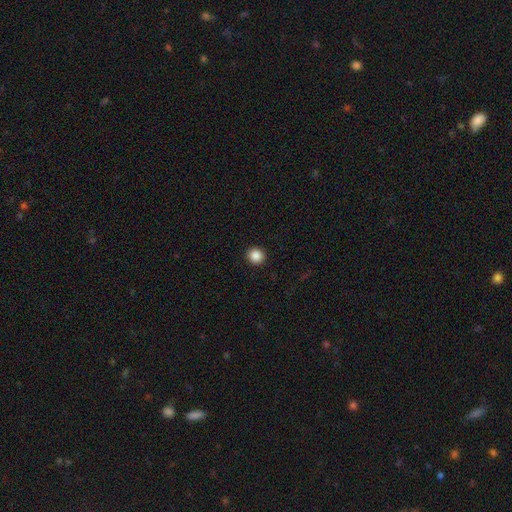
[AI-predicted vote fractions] Overall: smooth (87%). How rounded: round (91%). Merging: none (93%).